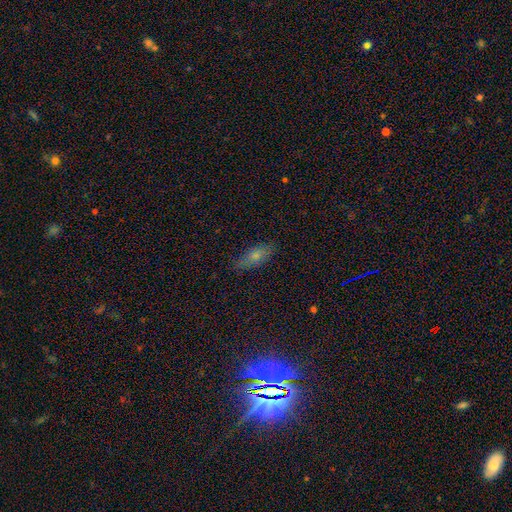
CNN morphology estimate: Smooth or featured: smooth — 73% (featured or disk — 17%)
How rounded: in between — 73% (cigar-shaped — 24%)
Merging: none — 80% (minor disturbance — 15%)